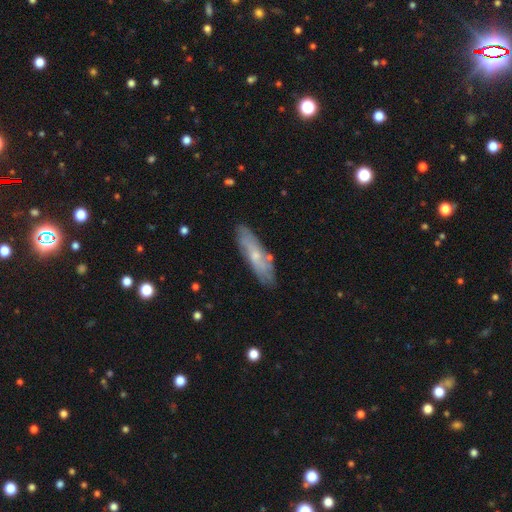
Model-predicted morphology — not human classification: Smooth or featured? Predicted: featured or disk (p=0.47). Merging? Predicted: none (p=0.80).